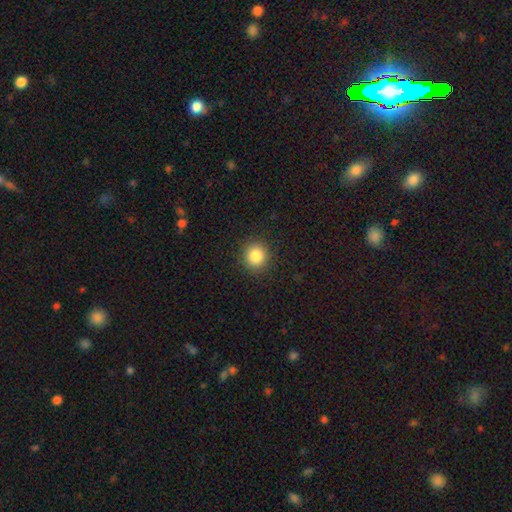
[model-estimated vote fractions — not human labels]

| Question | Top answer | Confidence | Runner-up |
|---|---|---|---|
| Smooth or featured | smooth | 85% | star or artifact (10%) |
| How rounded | round | 90% | in between (9%) |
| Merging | none | 90% | minor disturbance (6%) |